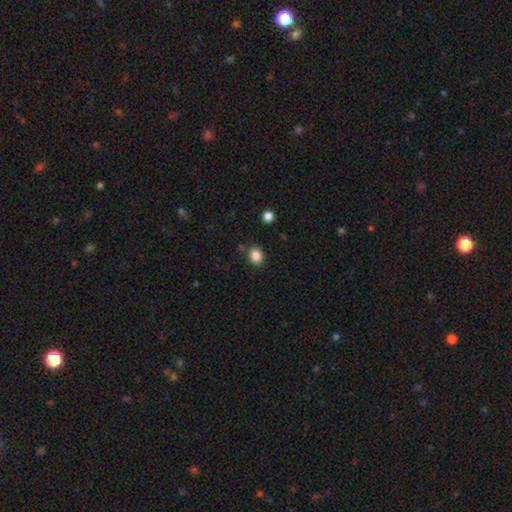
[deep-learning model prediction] Smooth or featured?
  - smooth: 86% *
  - star or artifact: 10%
  - featured or disk: 4%
How rounded?
  - round: 61% *
  - in between: 38%
  - cigar-shaped: 1%
Merging?
  - none: 83% *
  - minor disturbance: 11%
  - merger: 3%
  - major disturbance: 3%